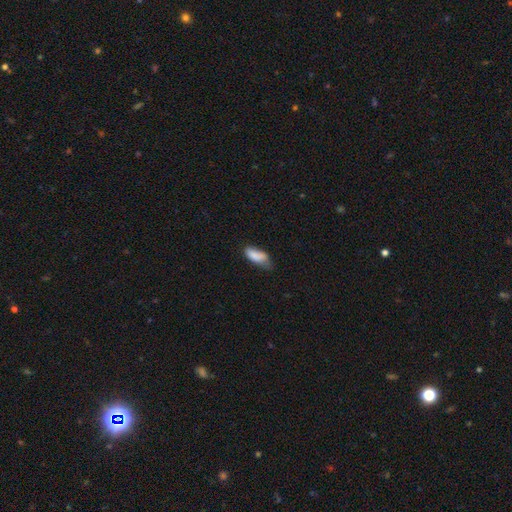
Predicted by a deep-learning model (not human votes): This is clearly a smooth galaxy (84%). How rounded: clearly in between (84%). Merging: marginally none (45%).